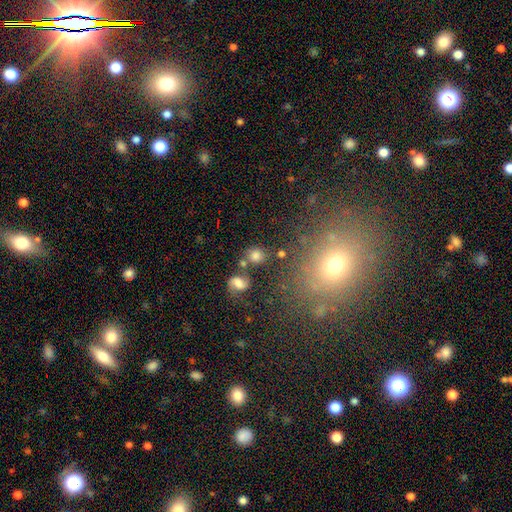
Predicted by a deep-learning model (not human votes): Q: Smooth or featured?
A: smooth (76%); runner-up: star or artifact (12%)
Q: How rounded?
A: round (79%); runner-up: in between (20%)
Q: Merging?
A: none (67%); runner-up: merger (15%)